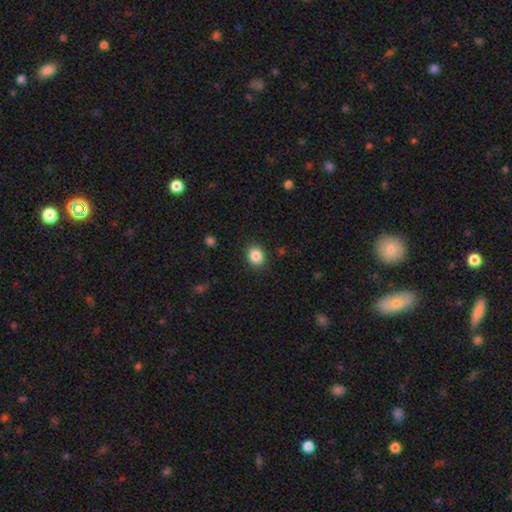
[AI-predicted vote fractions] Smooth or featured? smooth (86%)
How rounded? round (69%)
Merging? none (89%)